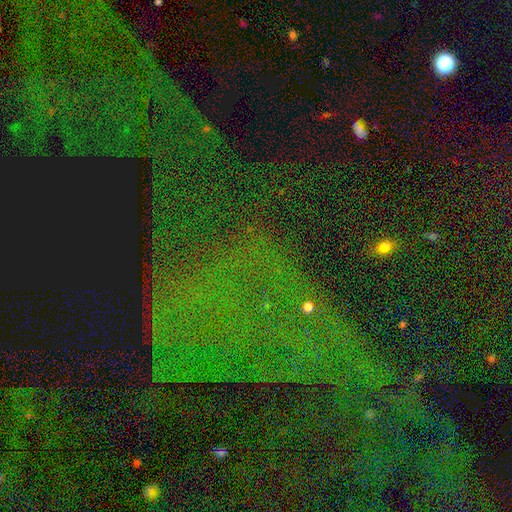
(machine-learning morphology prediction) Smooth or featured: star or artifact — 81% (featured or disk — 10%)